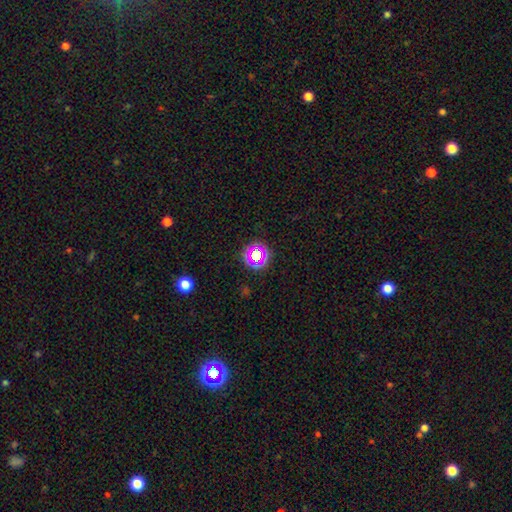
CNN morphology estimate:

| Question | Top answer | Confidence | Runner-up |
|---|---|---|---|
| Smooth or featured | star or artifact | 55% | smooth (32%) |